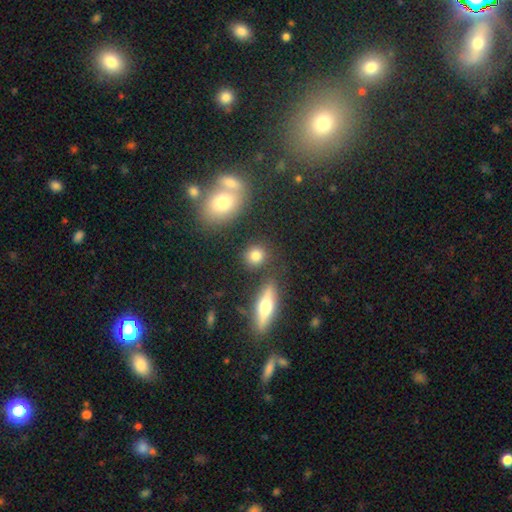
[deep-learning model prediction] Q: Smooth or featured?
A: smooth (80%); runner-up: star or artifact (11%)
Q: How rounded?
A: round (79%); runner-up: in between (18%)
Q: Merging?
A: none (81%); runner-up: minor disturbance (8%)